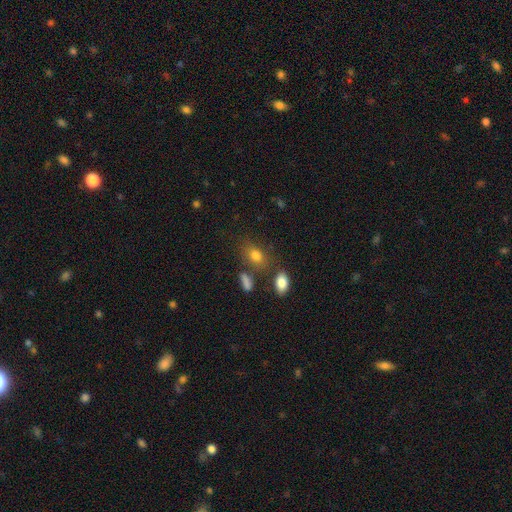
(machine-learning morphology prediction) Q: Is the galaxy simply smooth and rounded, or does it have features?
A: smooth — 80%.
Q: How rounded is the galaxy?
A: in between — 74%.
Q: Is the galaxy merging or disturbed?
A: none — 65%.